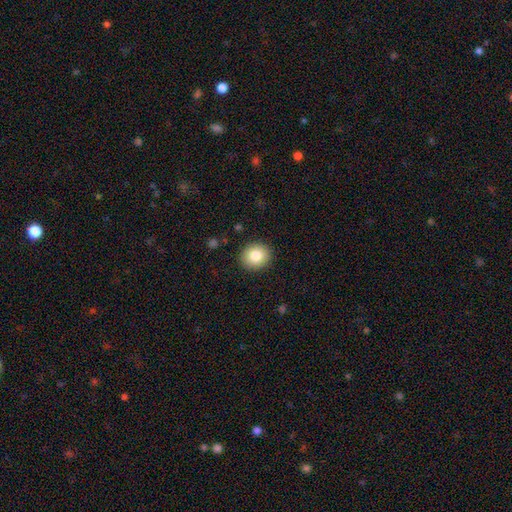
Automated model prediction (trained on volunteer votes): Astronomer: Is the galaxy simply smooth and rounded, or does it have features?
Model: smooth — 83%.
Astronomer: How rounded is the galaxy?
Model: round — 79%.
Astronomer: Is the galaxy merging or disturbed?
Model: none — 91%.